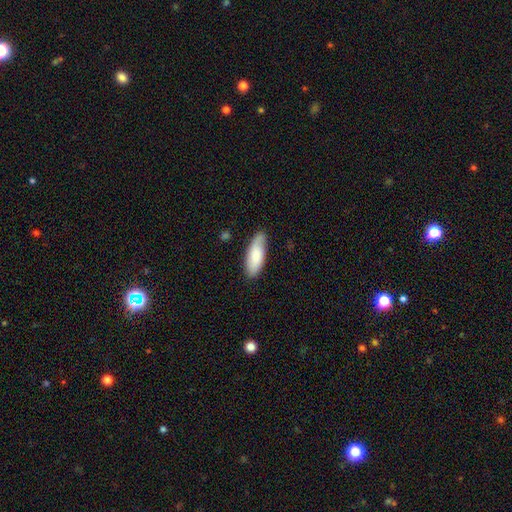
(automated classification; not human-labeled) The model was most divided on "how rounded": in between: 72%, cigar-shaped: 26%, round: 2%. More confident: merging — none (78%); smooth or featured — smooth (76%).